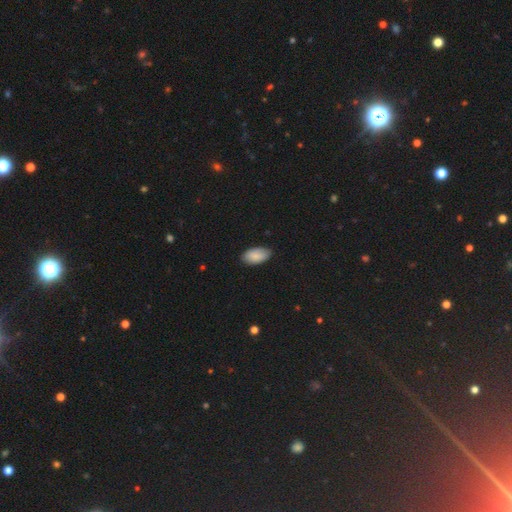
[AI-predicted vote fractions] A smooth galaxy with no disk features (86%) that is in between round and cigar-shaped (95%). Merging: none (84%).